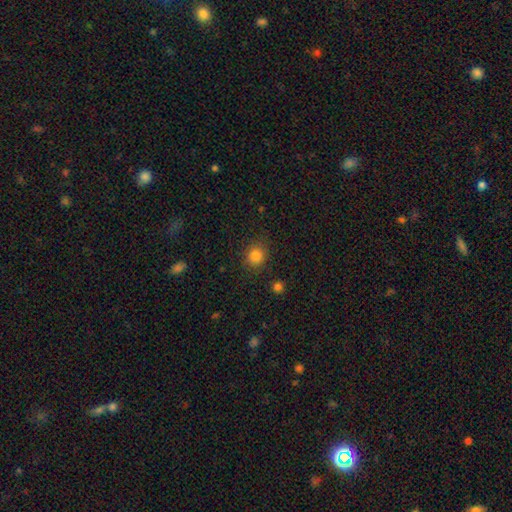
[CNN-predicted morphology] smooth_or_featured: smooth (p=0.83) [alt: star or artifact p=0.12]
how_rounded: round (p=0.82) [alt: in between p=0.17]
merging: none (p=0.86) [alt: minor disturbance p=0.09]